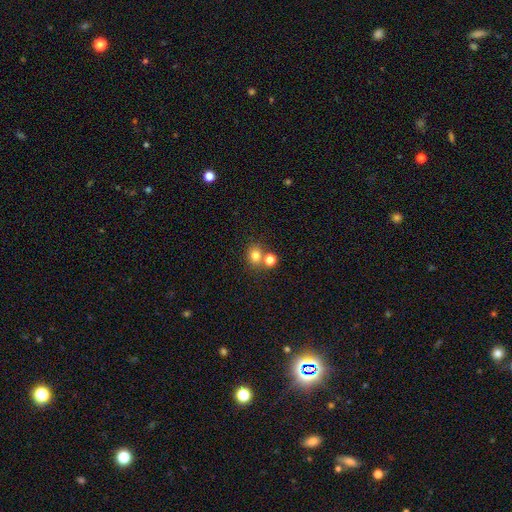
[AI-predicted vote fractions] Smooth or featured? Predicted: smooth (p=0.78). How rounded? Predicted: round (p=0.67). Merging? Predicted: none (p=0.58).